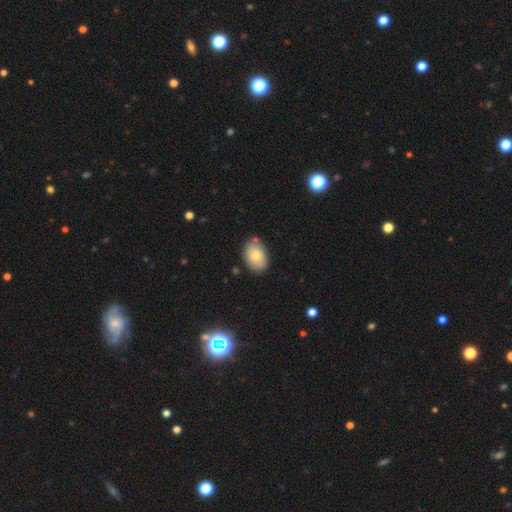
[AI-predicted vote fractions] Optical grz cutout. It shows a smooth galaxy with no disk features (76%) that is in between round and cigar-shaped (83%). Merging: none (79%).